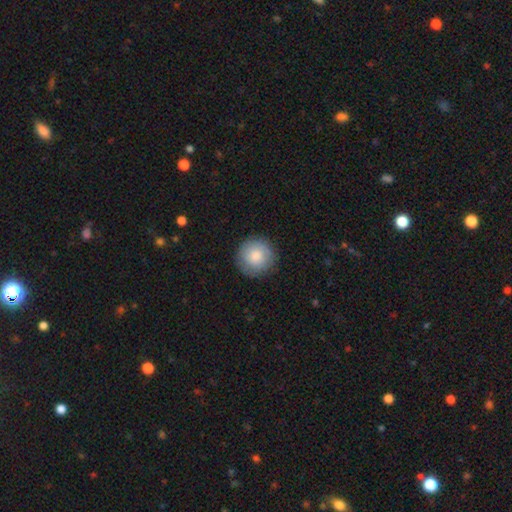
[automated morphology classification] Smooth or featured? smooth (81%)
How rounded? round (95%)
Merging? none (87%)